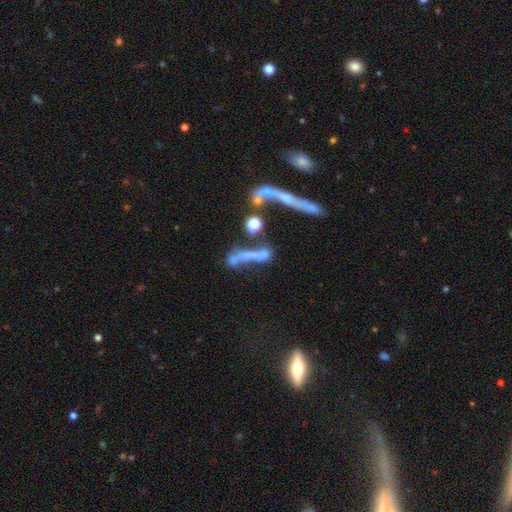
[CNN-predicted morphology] smooth_or_featured: featured or disk (p=0.45) [alt: smooth p=0.35]
merging: merger (p=0.35) [alt: major disturbance p=0.26]